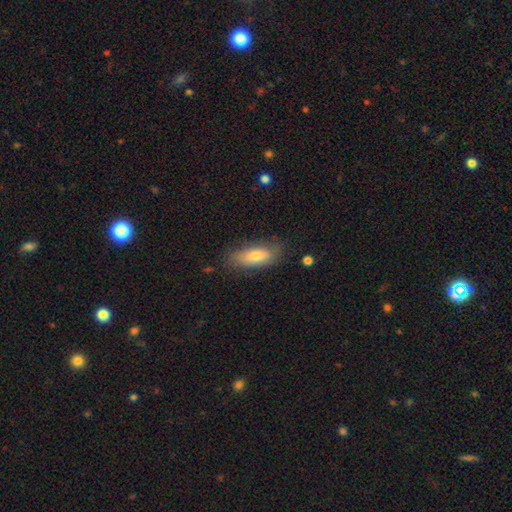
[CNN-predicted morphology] A smooth galaxy with no disk features (75%) that is in between round and cigar-shaped (74%). Merging: none (75%).